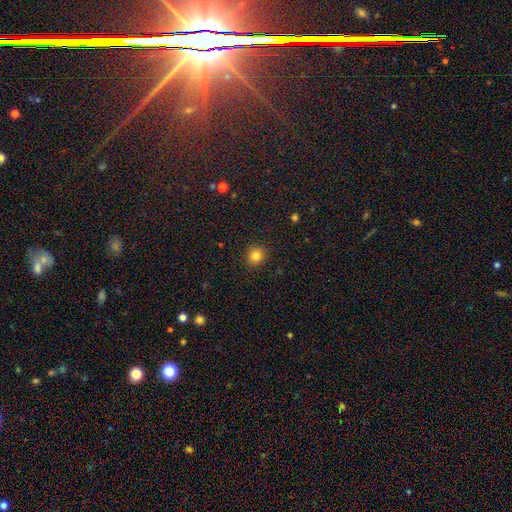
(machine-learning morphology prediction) smooth 83%, star or artifact 12%, featured or disk 5%. Down the decision tree: how rounded — round (92%); merging — none (91%).